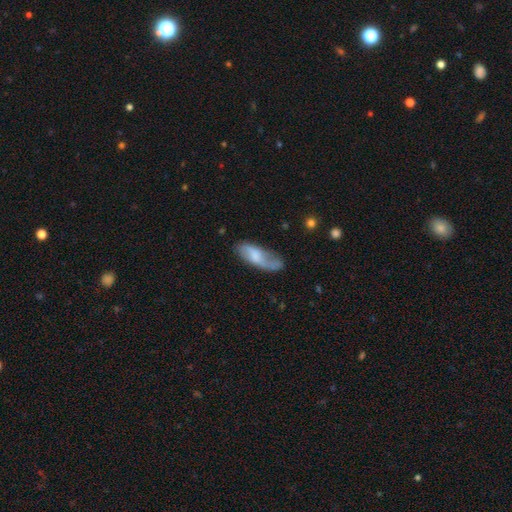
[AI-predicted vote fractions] Q: Smooth or featured?
A: smooth (47%); tied with: featured or disk (47%)
Q: Merging?
A: none (58%); runner-up: minor disturbance (27%)